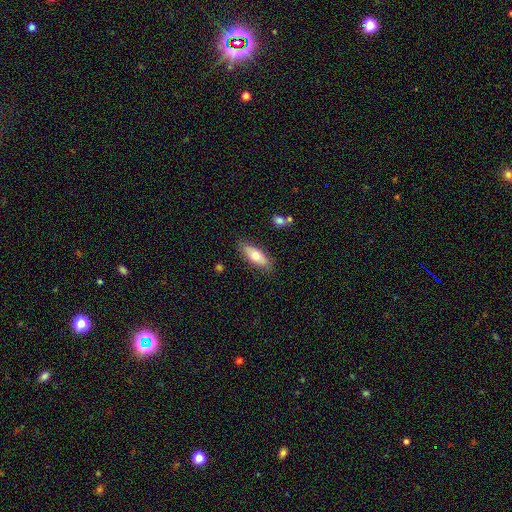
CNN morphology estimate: The model was most divided on "how rounded": in between: 69%, cigar-shaped: 28%, round: 2%. More confident: merging — none (84%); smooth or featured — smooth (68%).